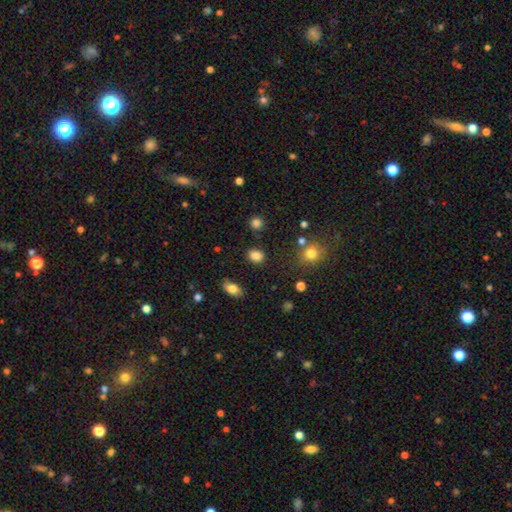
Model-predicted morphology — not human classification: Overall: smooth (84%). How rounded: in between (55%; round 44%). Merging: none (83%).